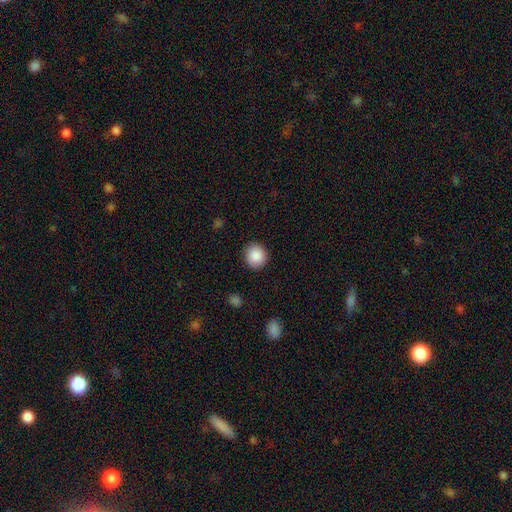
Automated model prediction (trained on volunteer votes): Smooth or featured?
  - smooth: 89% *
  - star or artifact: 8%
  - featured or disk: 4%
How rounded?
  - round: 88% *
  - in between: 11%
  - cigar-shaped: 1%
Merging?
  - none: 91% *
  - minor disturbance: 6%
  - major disturbance: 2%
  - merger: 1%